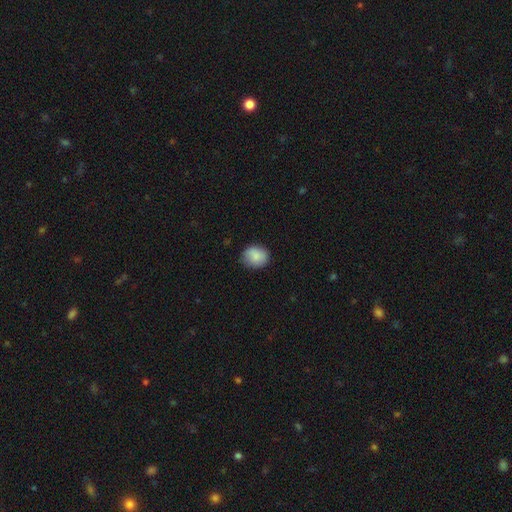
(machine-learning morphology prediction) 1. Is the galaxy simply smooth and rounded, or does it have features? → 86% smooth, 7% star or artifact, 6% featured or disk.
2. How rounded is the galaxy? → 64% round, 35% in between, 1% cigar-shaped.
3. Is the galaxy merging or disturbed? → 81% none, 15% minor disturbance, 3% major disturbance, 1% merger.